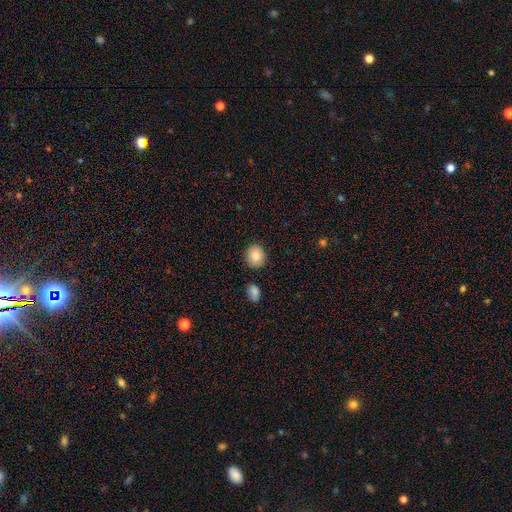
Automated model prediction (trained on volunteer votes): This is clearly a smooth galaxy (86%). How rounded: likely round (75%). Merging: clearly none (86%).